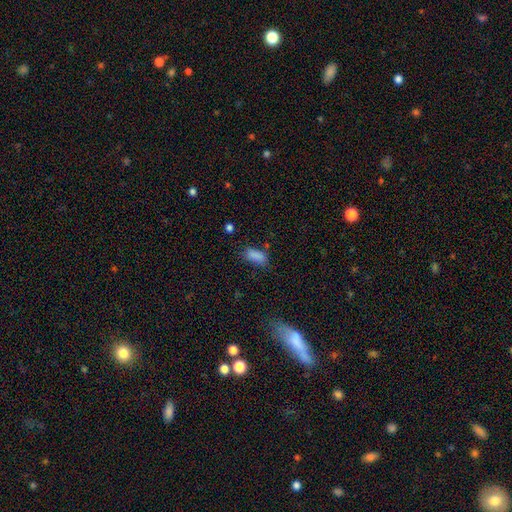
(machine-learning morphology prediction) Smooth or featured: smooth — 84% (star or artifact — 10%)
How rounded: in between — 86% (cigar-shaped — 10%)
Merging: none — 62% (minor disturbance — 26%)